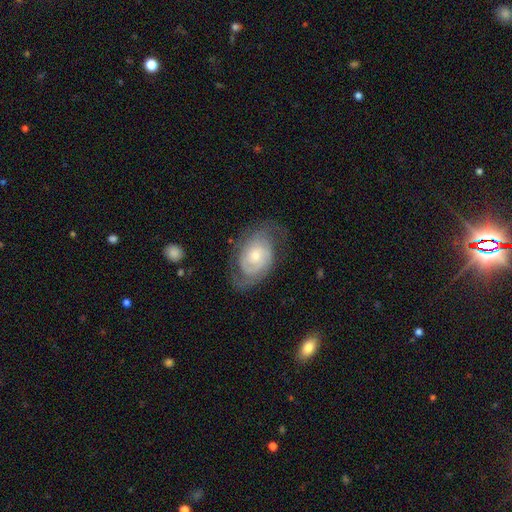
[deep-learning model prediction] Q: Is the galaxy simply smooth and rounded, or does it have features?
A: featured or disk — 79%.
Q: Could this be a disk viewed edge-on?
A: no — 96%.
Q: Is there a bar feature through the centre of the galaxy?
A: no — 70%.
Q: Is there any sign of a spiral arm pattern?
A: yes — 92%.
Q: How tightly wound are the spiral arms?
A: tight — 54%.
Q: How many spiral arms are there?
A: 2 — 59%.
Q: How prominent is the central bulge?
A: small — 47%.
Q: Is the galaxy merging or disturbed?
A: none — 66%.